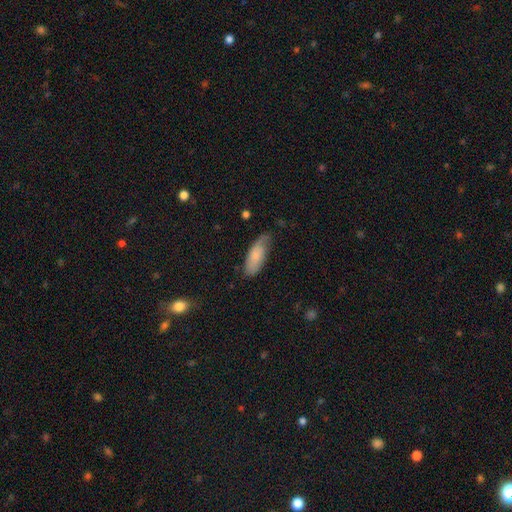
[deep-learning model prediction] Morphology: type=smooth (73%); roundness=in between (77%); merging=none (58%).